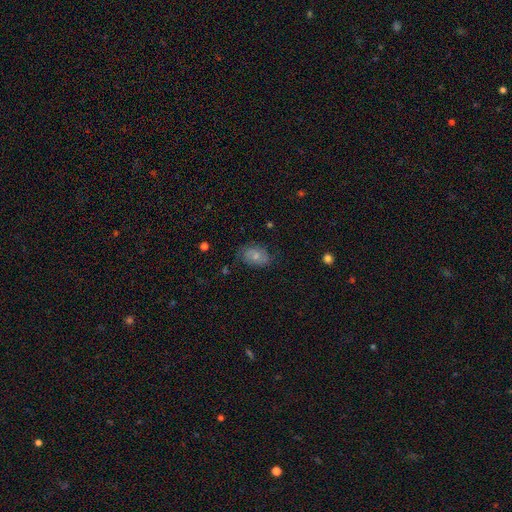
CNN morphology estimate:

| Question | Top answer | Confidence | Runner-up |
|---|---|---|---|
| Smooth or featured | smooth | 63% | featured or disk (28%) |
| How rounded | in between | 83% | round (16%) |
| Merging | none | 72% | minor disturbance (21%) |